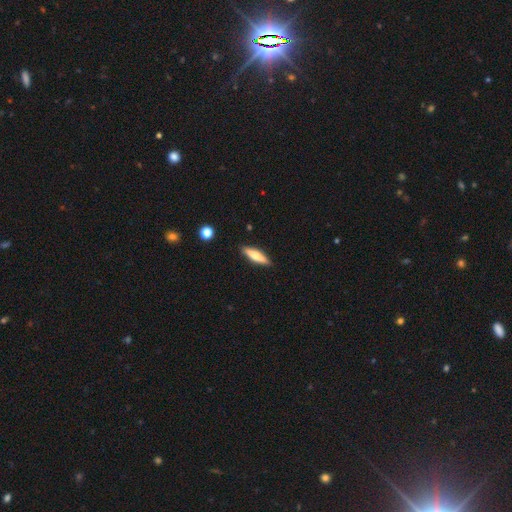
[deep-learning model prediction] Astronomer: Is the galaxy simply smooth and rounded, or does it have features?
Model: smooth — 59%.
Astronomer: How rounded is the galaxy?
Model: cigar-shaped — 70%.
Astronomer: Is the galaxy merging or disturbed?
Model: none — 89%.